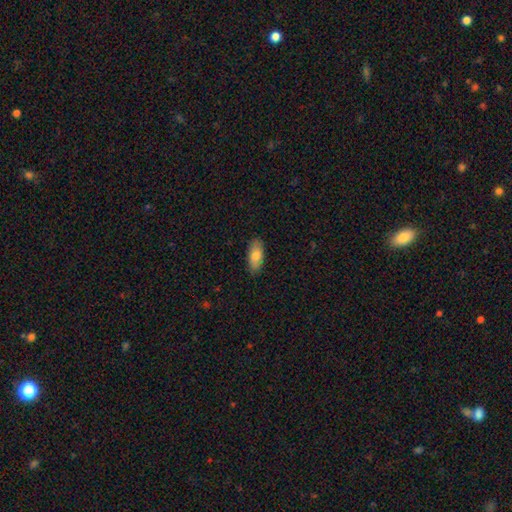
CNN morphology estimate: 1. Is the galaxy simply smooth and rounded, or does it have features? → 80% smooth, 14% featured or disk, 6% star or artifact.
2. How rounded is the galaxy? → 85% in between, 12% cigar-shaped, 2% round.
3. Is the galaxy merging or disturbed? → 87% none, 10% minor disturbance, 2% major disturbance, 1% merger.